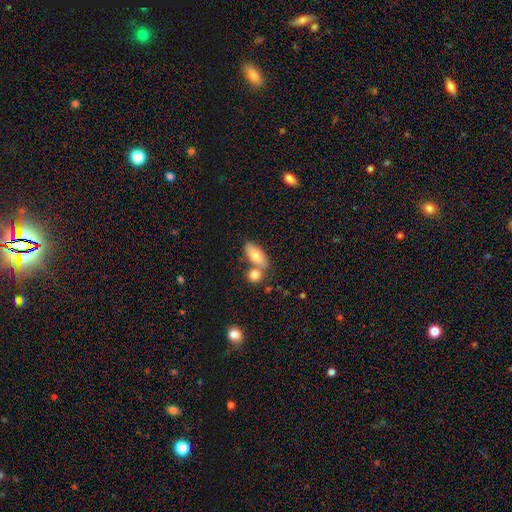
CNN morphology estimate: Smooth or featured: smooth — 78% (featured or disk — 15%)
How rounded: in between — 85% (cigar-shaped — 9%)
Merging: none — 48% (merger — 37%)